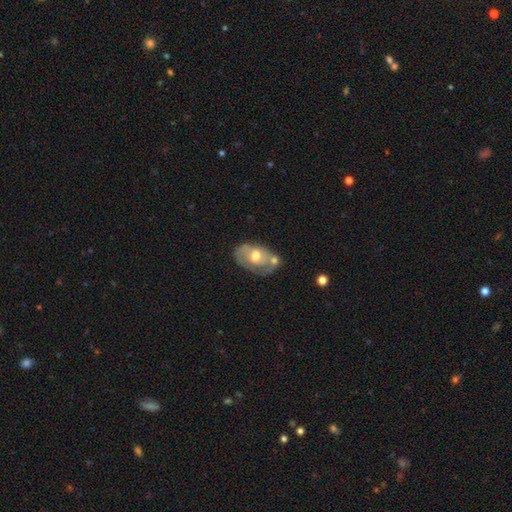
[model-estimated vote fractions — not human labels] Smooth or featured? Predicted: featured or disk (p=0.62). Edge-on disk? Predicted: no (p=0.94). Bar? Predicted: no (p=0.66). Spiral arms? Predicted: yes (p=0.59). Bulge size? Predicted: moderate (p=0.65). Merging? Predicted: none (p=0.43).